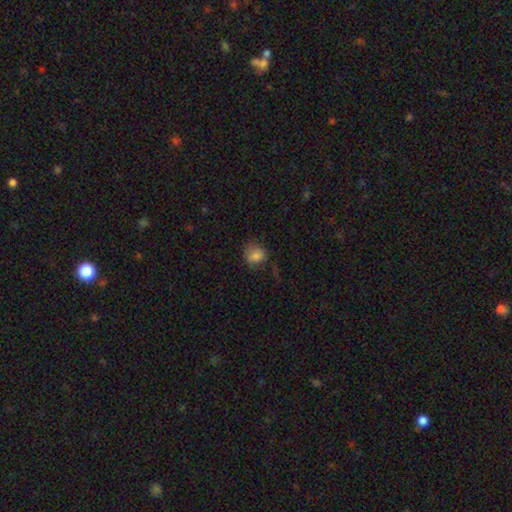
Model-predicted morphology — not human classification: Smooth or featured? smooth (78%)
How rounded? round (64%)
Merging? none (58%)